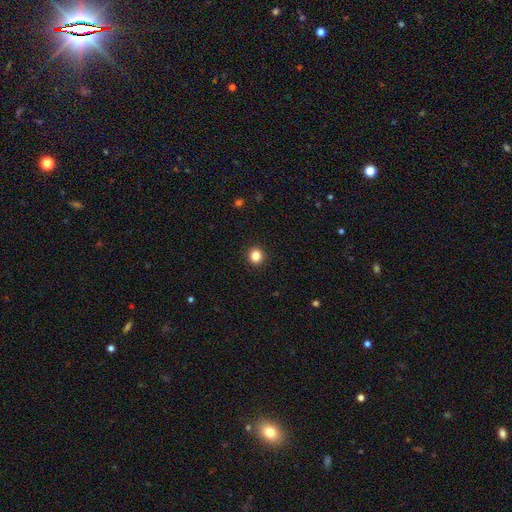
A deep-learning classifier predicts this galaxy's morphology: Overall: smooth (85%). How rounded: round (90%). Merging: none (93%).